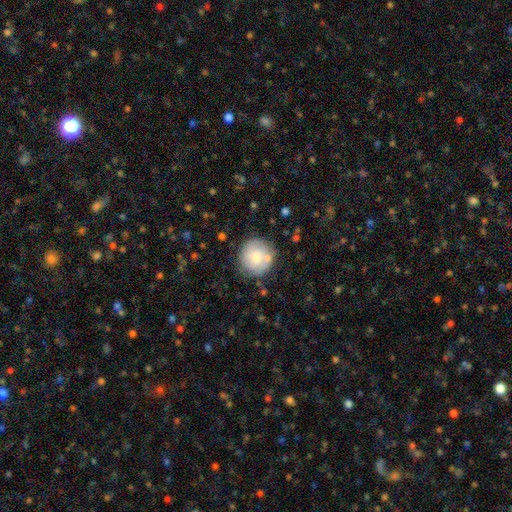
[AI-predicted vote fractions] Smooth or featured? smooth (65%)
How rounded? round (92%)
Merging? none (73%)